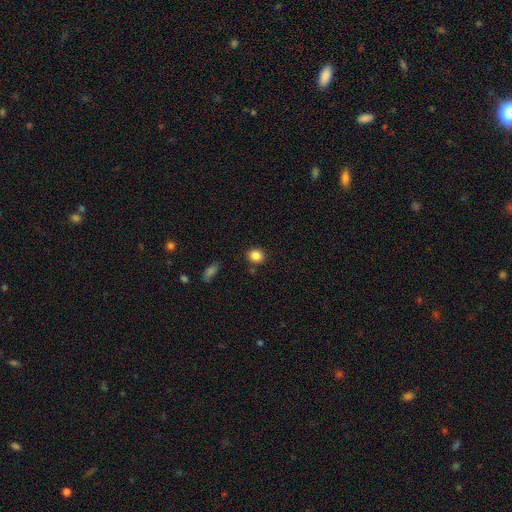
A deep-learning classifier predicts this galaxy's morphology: Overall: smooth (86%). How rounded: round (76%). Merging: none (85%).